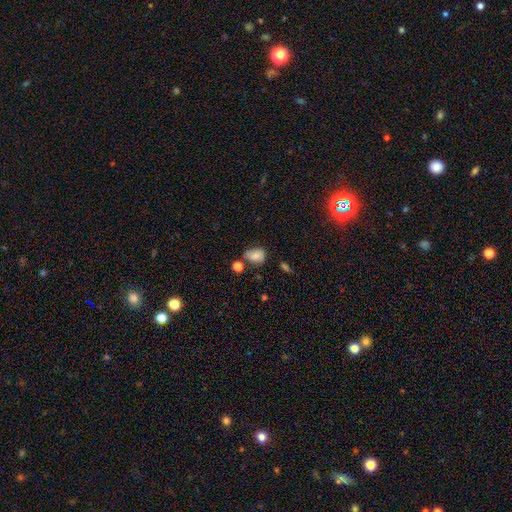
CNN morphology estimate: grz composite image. It shows a smooth galaxy with no disk features (76%) that is in between round and cigar-shaped (65%). Merging: none (52%).